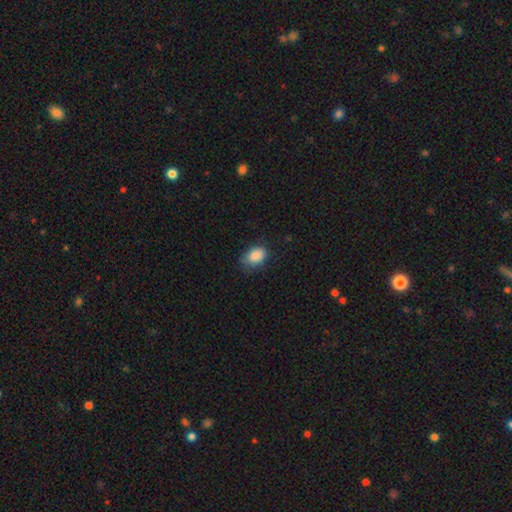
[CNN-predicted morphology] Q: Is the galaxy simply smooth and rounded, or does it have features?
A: smooth — 87%.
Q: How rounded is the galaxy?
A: in between — 80%.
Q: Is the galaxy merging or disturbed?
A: none — 70%.